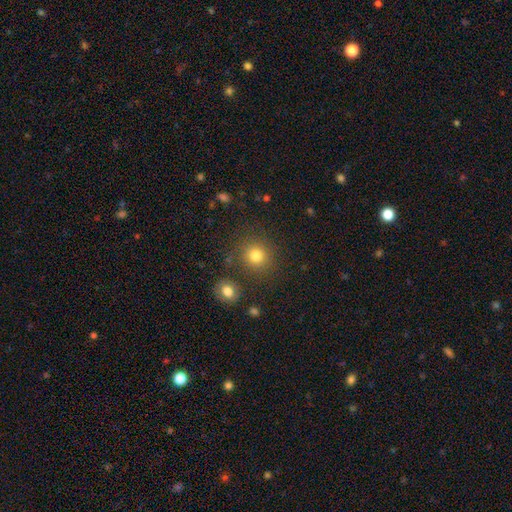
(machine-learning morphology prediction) Q: Smooth or featured?
A: smooth (80%); runner-up: star or artifact (13%)
Q: How rounded?
A: round (91%); runner-up: in between (8%)
Q: Merging?
A: none (82%); runner-up: minor disturbance (9%)